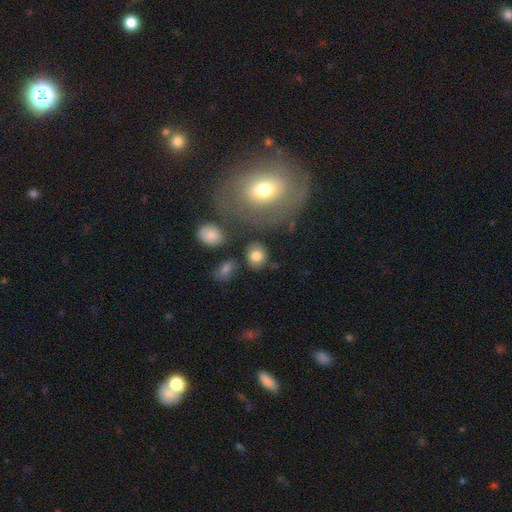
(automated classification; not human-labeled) Smooth or featured?
  - smooth: 80% *
  - featured or disk: 11%
  - star or artifact: 9%
How rounded?
  - round: 78% *
  - in between: 20%
  - cigar-shaped: 1%
Merging?
  - none: 80% *
  - minor disturbance: 10%
  - merger: 6%
  - major disturbance: 4%